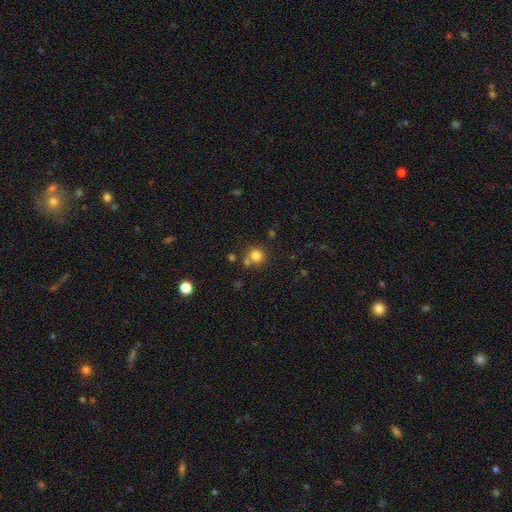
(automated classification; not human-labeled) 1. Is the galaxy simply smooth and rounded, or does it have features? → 80% smooth, 13% star or artifact, 7% featured or disk.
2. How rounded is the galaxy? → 90% round, 9% in between, 1% cigar-shaped.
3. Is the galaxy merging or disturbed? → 69% none, 19% merger, 9% minor disturbance, 3% major disturbance.